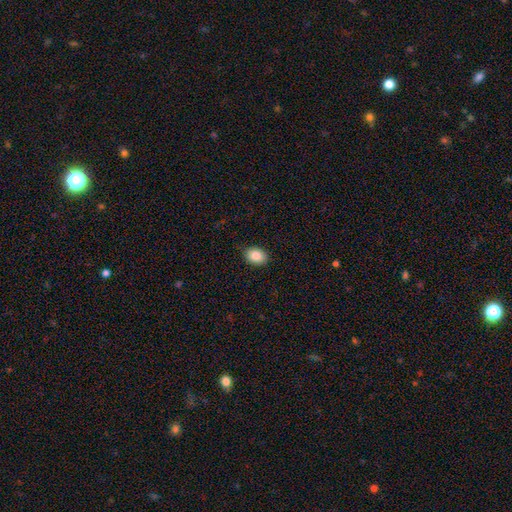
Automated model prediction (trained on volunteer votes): This is clearly a smooth galaxy (86%). How rounded: likely in between (75%). Merging: clearly none (86%).